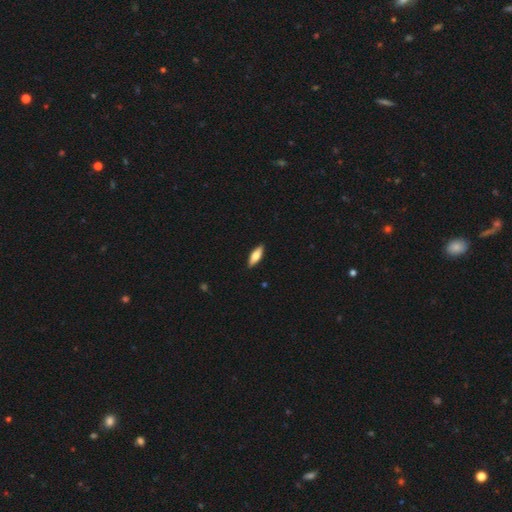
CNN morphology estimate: This is likely a smooth galaxy (65%). How rounded: likely in between (61%). Merging: clearly none (90%).